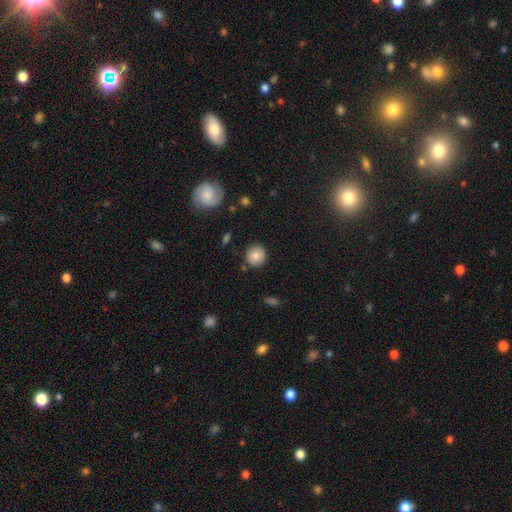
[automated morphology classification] Smooth or featured? Predicted: smooth (p=0.83). How rounded? Predicted: round (p=0.89). Merging? Predicted: none (p=0.86).